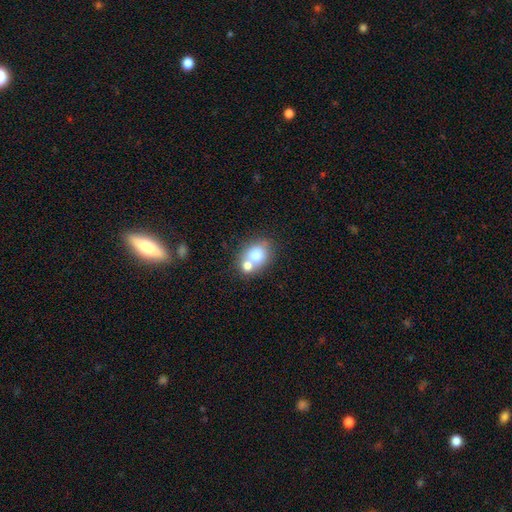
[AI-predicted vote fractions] Q: Smooth or featured?
A: smooth (74%); runner-up: featured or disk (16%)
Q: How rounded?
A: in between (52%); runner-up: round (47%)
Q: Merging?
A: merger (47%); runner-up: none (39%)